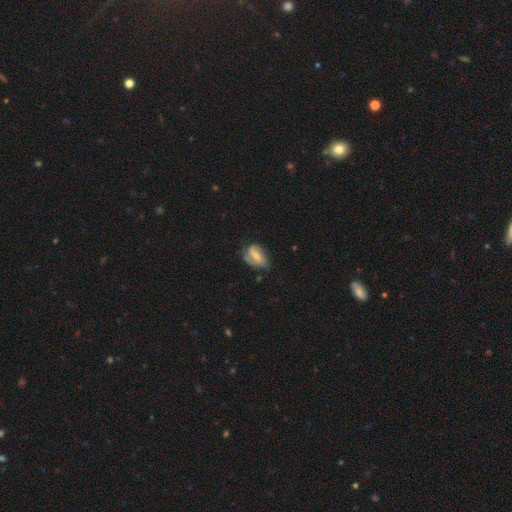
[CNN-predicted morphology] smooth-or-featured: featured or disk: 59% | smooth: 33% | star or artifact: 7%
  disk-edge-on: no: 96% | yes: 4%
    bar: weak: 43% | no: 35% | strong: 22%
    has-spiral-arms: yes: 82% | no: 18%
    bulge-size: small: 47% | moderate: 41% | none: 7% | large: 3% | dominant: 1%
  merging: none: 48% | minor disturbance: 31% | major disturbance: 18% | merger: 3%